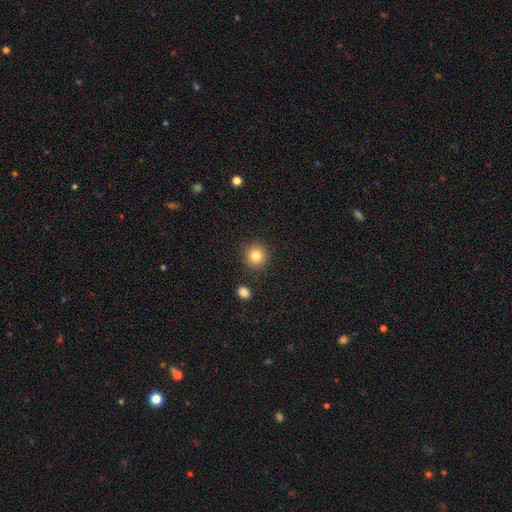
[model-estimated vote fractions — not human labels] smooth-or-featured: smooth: 83% | star or artifact: 11% | featured or disk: 6%
  how-rounded: round: 93% | in between: 7% | cigar-shaped: 1%
  merging: none: 88% | minor disturbance: 7% | merger: 3% | major disturbance: 2%